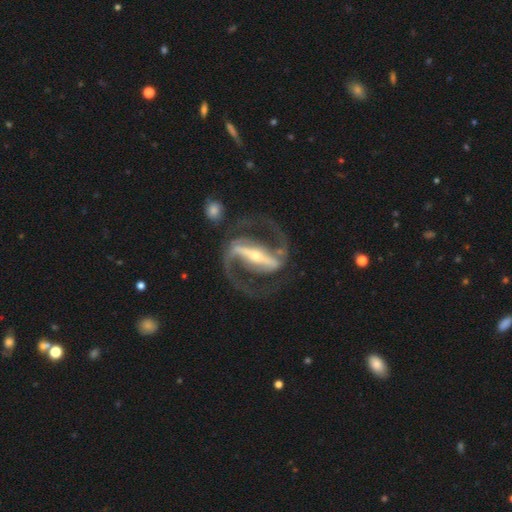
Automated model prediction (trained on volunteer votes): smooth-or-featured: featured or disk: 93% | star or artifact: 4% | smooth: 4%
  disk-edge-on: no: 93% | yes: 7%
    bar: strong: 86% | weak: 10% | no: 4%
    has-spiral-arms: yes: 95% | no: 5%
      spiral-winding: medium: 59% | loose: 21% | tight: 20%
      spiral-arm-count: 2: 93% | can't tell: 2% | 1: 2% | 3: 1% | 4: 1% | more than 4: 1%
    bulge-size: small: 64% | moderate: 30% | large: 3% | none: 2% | dominant: 1%
  merging: none: 77% | minor disturbance: 10% | major disturbance: 10% | merger: 2%